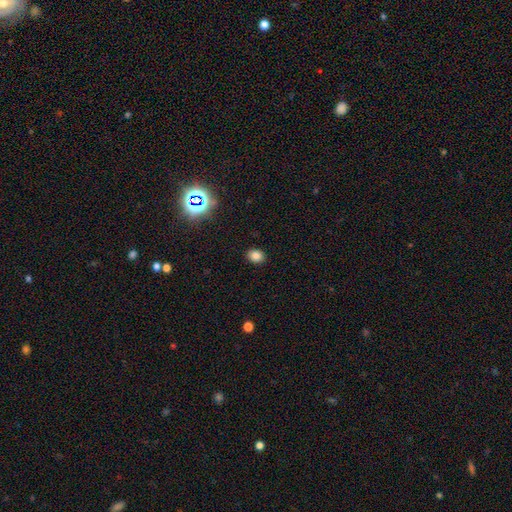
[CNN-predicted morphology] The model was most divided on "how rounded": round: 50%, in between: 49%, cigar-shaped: 1%. More confident: merging — none (89%); smooth or featured — smooth (81%).